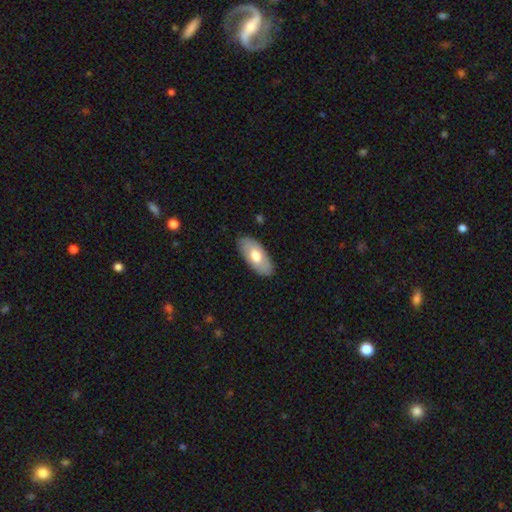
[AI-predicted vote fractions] Morphology: type=smooth (64%); roundness=in between (93%); merging=none (86%).